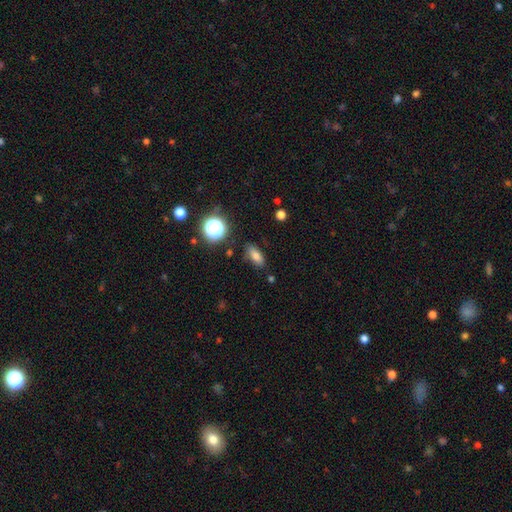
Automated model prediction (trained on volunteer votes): This appears to be a smooth galaxy with no disk features (78%) that is in between round and cigar-shaped (79%). Merging: none (81%).